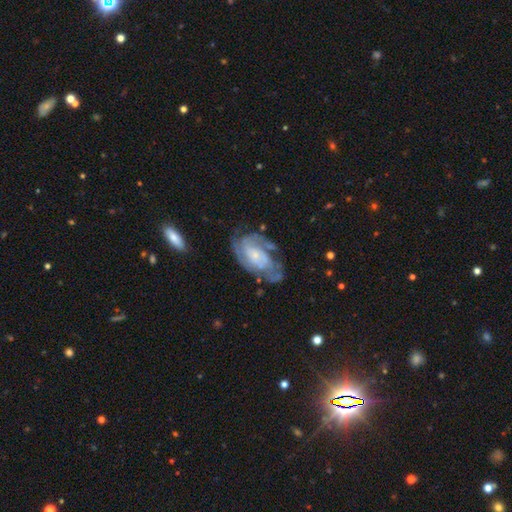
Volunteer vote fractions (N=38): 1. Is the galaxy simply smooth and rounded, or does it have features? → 84% featured or disk, 11% smooth, 5% star or artifact.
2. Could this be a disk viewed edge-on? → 100% no, 0% yes.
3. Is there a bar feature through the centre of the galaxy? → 75% no, 25% weak, 0% strong.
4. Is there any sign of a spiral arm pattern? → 97% yes, 3% no.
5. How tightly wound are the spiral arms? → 55% tight, 35% medium, 10% loose.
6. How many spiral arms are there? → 58% 3, 26% can't tell, 13% 2, 3% 1, 0% 4, 0% more than 4.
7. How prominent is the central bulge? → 84% small, 9% moderate, 3% dominant, 3% large, 0% none.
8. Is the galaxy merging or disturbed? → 67% none, 17% minor disturbance, 14% major disturbance, 3% merger.